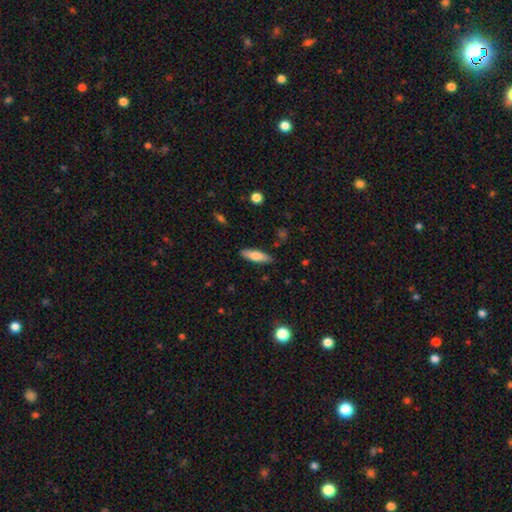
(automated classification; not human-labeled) Smooth or featured? Predicted: smooth (p=0.73). How rounded? Predicted: cigar-shaped (p=0.52). Merging? Predicted: none (p=0.86).